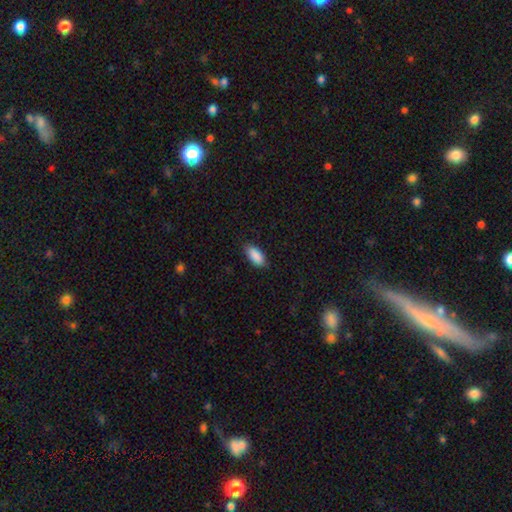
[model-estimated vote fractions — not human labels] Smooth or featured? smooth (90%)
How rounded? in between (91%)
Merging? none (86%)